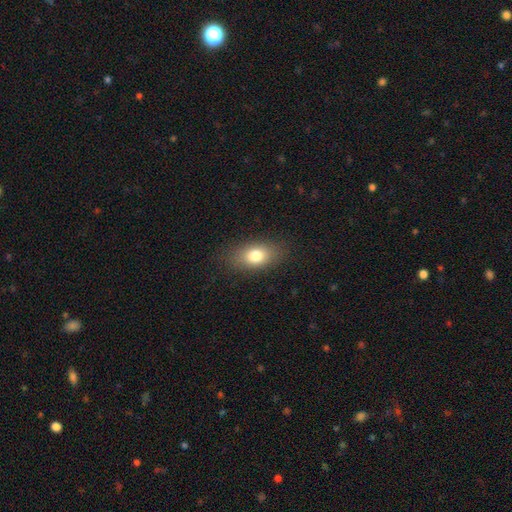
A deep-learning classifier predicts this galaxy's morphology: type=smooth (79%); roundness=in between (84%); merging=none (84%).